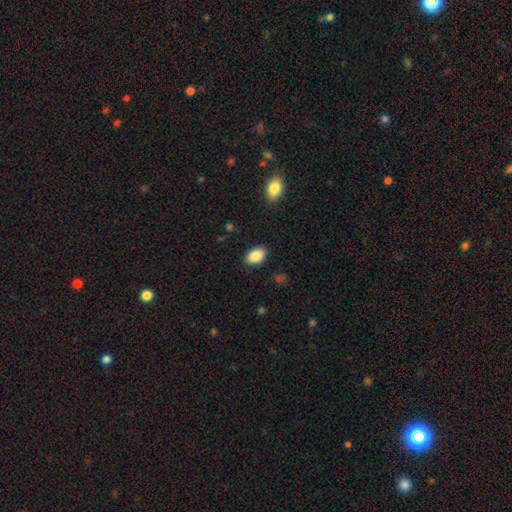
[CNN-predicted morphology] smooth-or-featured: smooth: 87% | star or artifact: 7% | featured or disk: 5%
  how-rounded: in between: 86% | round: 13% | cigar-shaped: 1%
  merging: none: 87% | minor disturbance: 9% | major disturbance: 2% | merger: 1%